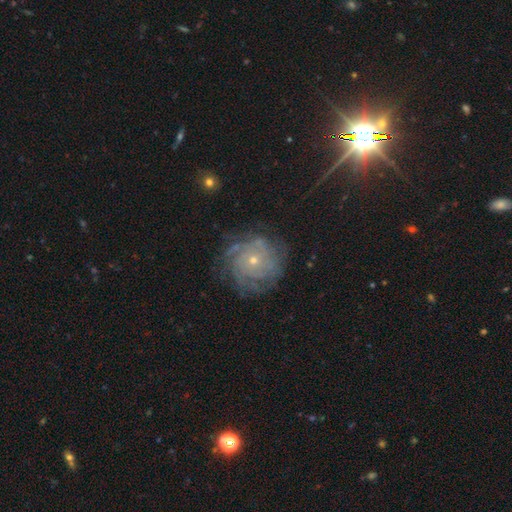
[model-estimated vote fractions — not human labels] Smooth or featured? featured or disk (66%)
Edge-on disk? no (95%)
Bar? no (80%)
Spiral arms? yes (93%)
Spiral winding? tight (74%)
Spiral arm count? can't tell (37%)
Bulge size? small (73%)
Merging? none (80%)